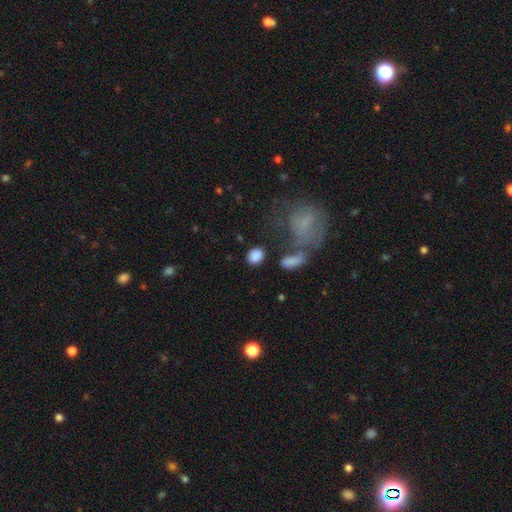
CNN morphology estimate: A smooth galaxy with no disk features (86%) that is round (52%).

Vote fractions:
- Smooth or featured? smooth: 86% / star or artifact: 8% / featured or disk: 6%
- How rounded? round: 52% / in between: 46% / cigar-shaped: 2%
- Merging? none: 72% / minor disturbance: 12% / merger: 9% / major disturbance: 7%